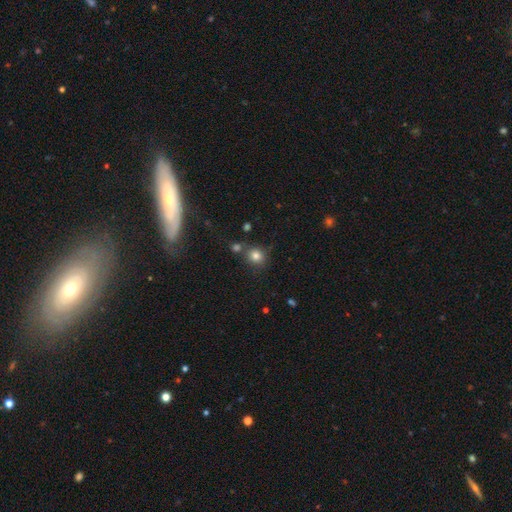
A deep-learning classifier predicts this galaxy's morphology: This appears to be a smooth galaxy with no disk features (80%) that is round (85%). Merging: none (70%).